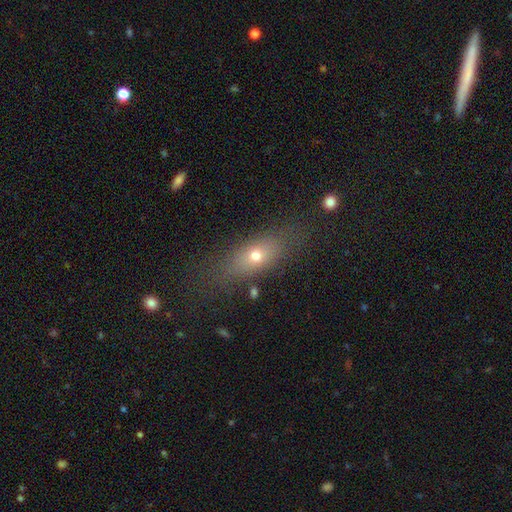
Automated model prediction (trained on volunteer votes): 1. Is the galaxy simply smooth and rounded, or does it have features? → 66% smooth, 22% featured or disk, 13% star or artifact.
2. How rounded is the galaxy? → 64% in between, 23% cigar-shaped, 12% round.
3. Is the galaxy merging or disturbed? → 74% none, 14% minor disturbance, 9% major disturbance, 3% merger.